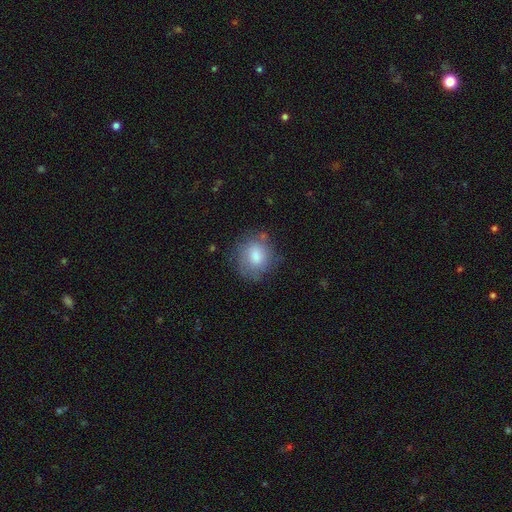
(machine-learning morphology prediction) A smooth galaxy with no disk features (76%) that is round (73%). Merging: none (69%).